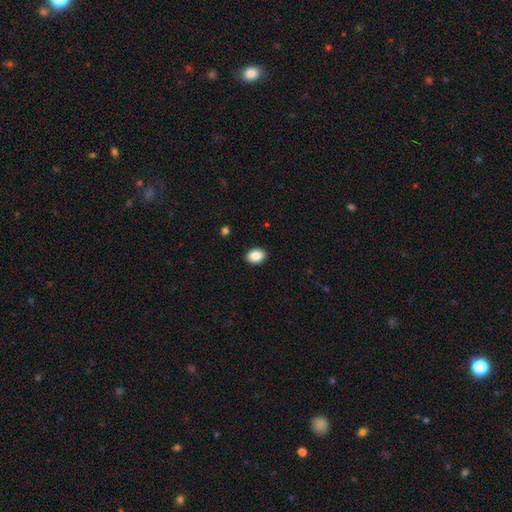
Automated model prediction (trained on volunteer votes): Overall: smooth (87%). How rounded: in between (66%; round 33%). Merging: none (91%).